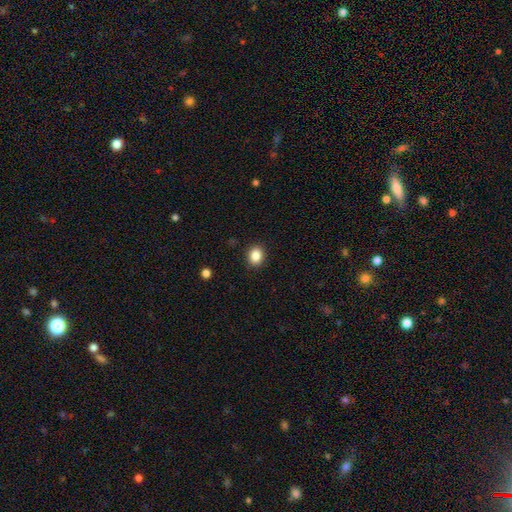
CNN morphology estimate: This is clearly a smooth galaxy (86%). How rounded: possibly round (57%). Merging: clearly none (90%).